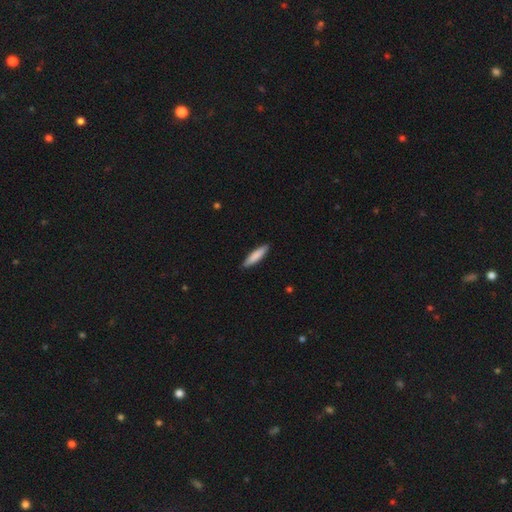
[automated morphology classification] smooth_or_featured: smooth (p=0.83) [alt: featured or disk p=0.12]
how_rounded: cigar-shaped (p=0.80) [alt: in between p=0.19]
merging: none (p=0.89) [alt: minor disturbance p=0.08]